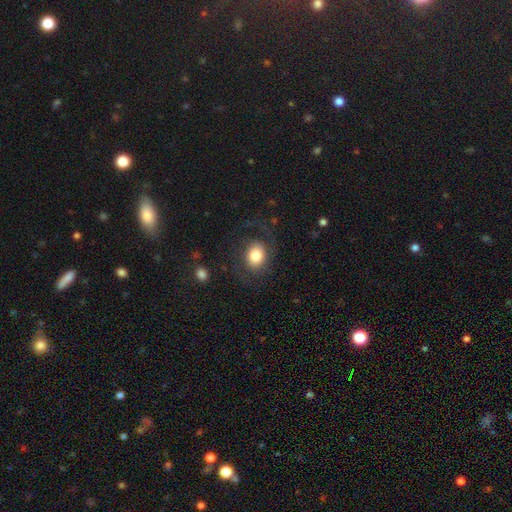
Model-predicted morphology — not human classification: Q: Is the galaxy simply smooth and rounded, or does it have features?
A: smooth — 70%.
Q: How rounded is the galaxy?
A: in between — 53%.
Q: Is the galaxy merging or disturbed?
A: none — 69%.